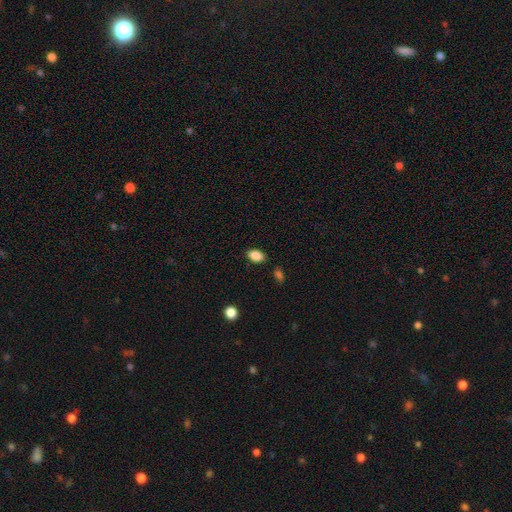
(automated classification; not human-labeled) A smooth galaxy with no disk features (87%) that is in between round and cigar-shaped (86%). Merging: none (83%).